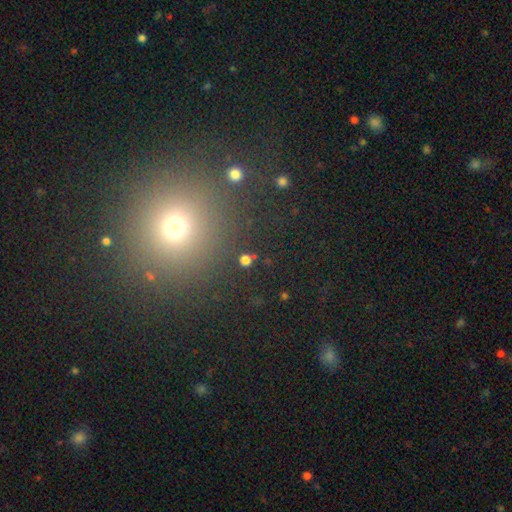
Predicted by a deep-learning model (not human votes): Q: Smooth or featured?
A: smooth (59%); runner-up: star or artifact (33%)
Q: How rounded?
A: round (92%); runner-up: in between (7%)
Q: Merging?
A: none (88%); runner-up: minor disturbance (6%)